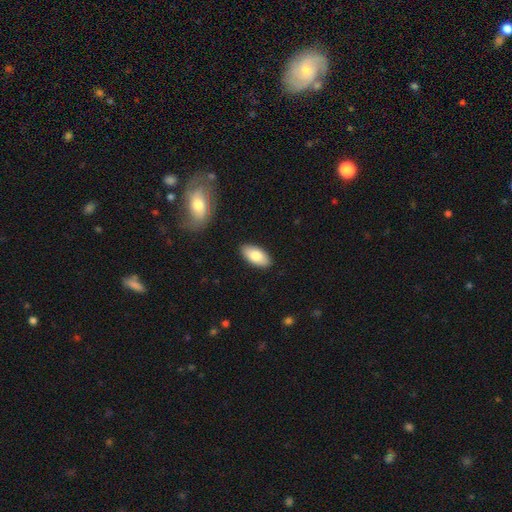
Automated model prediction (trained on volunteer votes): Smooth or featured? Predicted: smooth (p=0.80). How rounded? Predicted: in between (p=0.92). Merging? Predicted: none (p=0.89).